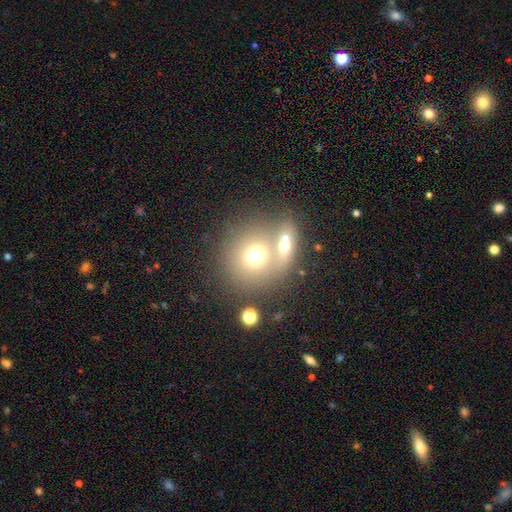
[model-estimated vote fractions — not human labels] smooth 67%, featured or disk 20%, star or artifact 13%. Down the decision tree: how rounded — round (84%); merging — none (44%).